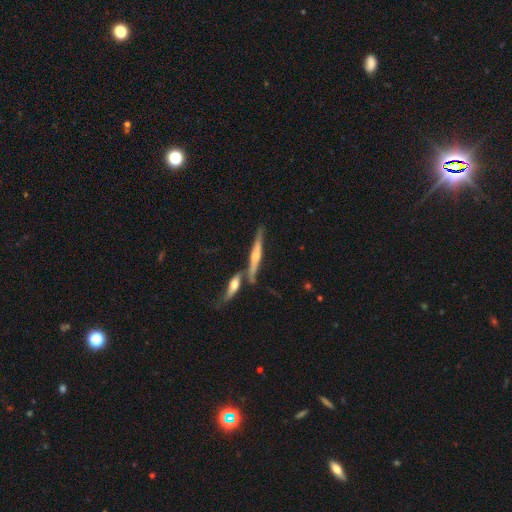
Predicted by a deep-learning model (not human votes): smooth-or-featured: featured or disk: 66% | smooth: 27% | star or artifact: 7%
  disk-edge-on: yes: 96% | no: 4%
    edge-on-bulge: rounded: 68% | boxy: 19% | none: 13%
  merging: none: 68% | merger: 18% | minor disturbance: 11% | major disturbance: 3%